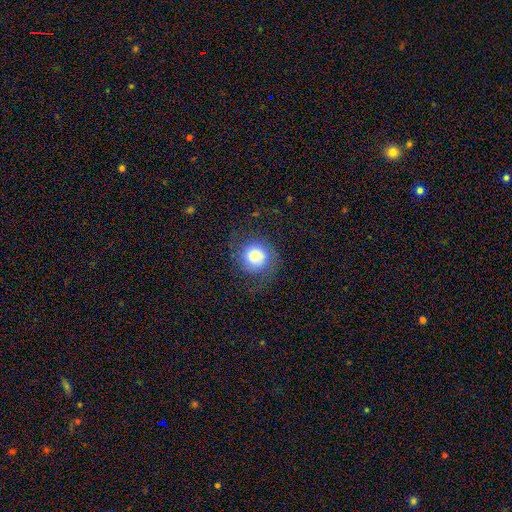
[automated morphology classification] This appears to be a smooth galaxy with no disk features (59%) that is round (91%). Merging: none (71%).